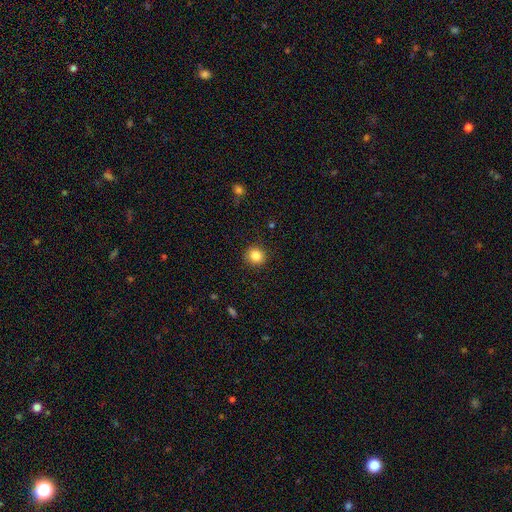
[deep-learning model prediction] This is clearly a smooth galaxy (85%). How rounded: clearly round (90%). Merging: clearly none (90%).